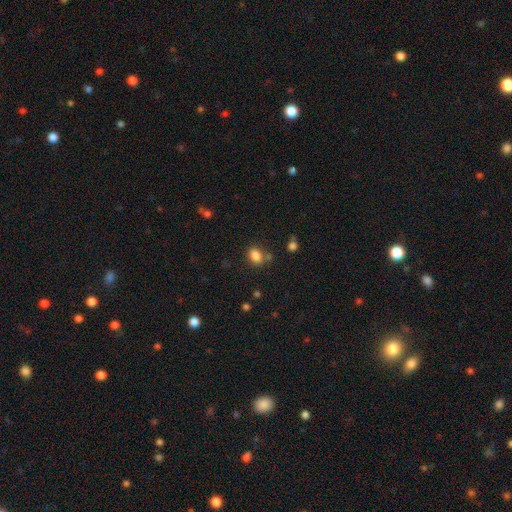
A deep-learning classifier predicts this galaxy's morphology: The model was most divided on "how rounded": in between: 65%, round: 34%, cigar-shaped: 1%. More confident: smooth or featured — smooth (84%); merging — none (69%).